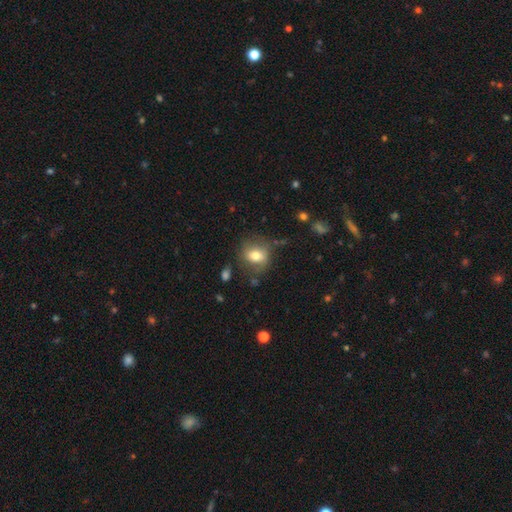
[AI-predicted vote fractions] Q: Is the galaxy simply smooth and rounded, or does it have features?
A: smooth — 72%.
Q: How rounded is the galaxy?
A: round — 63%.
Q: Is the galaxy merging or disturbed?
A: none — 70%.